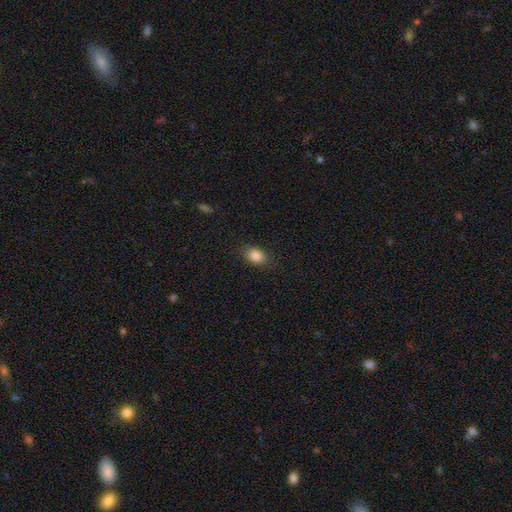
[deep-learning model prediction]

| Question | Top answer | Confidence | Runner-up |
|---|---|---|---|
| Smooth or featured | smooth | 85% | star or artifact (9%) |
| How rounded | in between | 80% | round (18%) |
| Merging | none | 85% | minor disturbance (11%) |